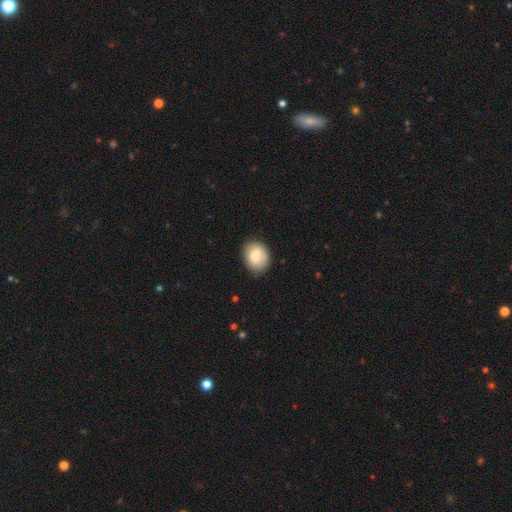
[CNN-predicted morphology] Smooth or featured? smooth (79%)
How rounded? round (53%)
Merging? none (81%)